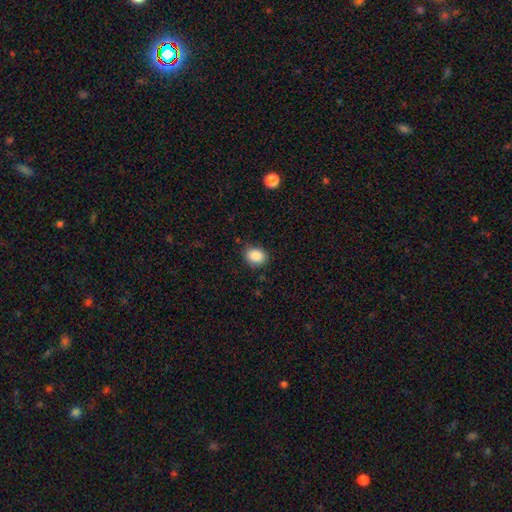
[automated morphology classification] Smooth or featured? smooth (88%)
How rounded? in between (62%)
Merging? none (83%)